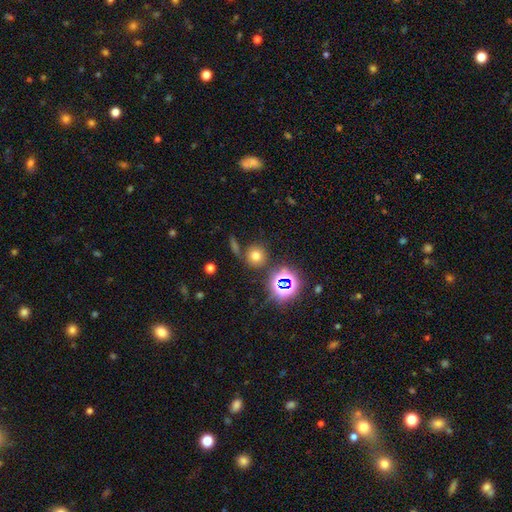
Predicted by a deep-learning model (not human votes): Smooth or featured: smooth — 66% (star or artifact — 25%)
How rounded: round — 90% (in between — 9%)
Merging: none — 78% (merger — 9%)